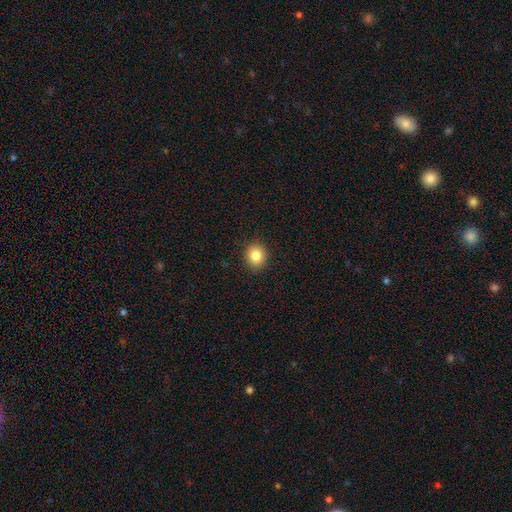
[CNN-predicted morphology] Overall: smooth (84%). How rounded: round (76%). Merging: none (91%).